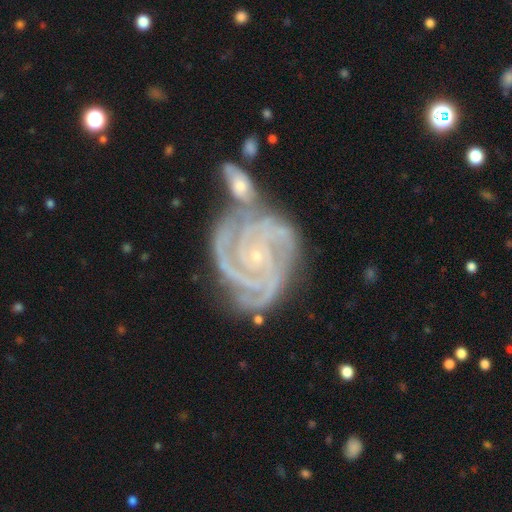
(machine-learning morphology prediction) Smooth or featured? Predicted: featured or disk (p=0.92). Edge-on disk? Predicted: no (p=0.98). Bar? Predicted: no (p=0.68). Spiral arms? Predicted: yes (p=0.99). Spiral winding? Predicted: tight (p=0.78). Spiral arm count? Predicted: 3 (p=0.39). Bulge size? Predicted: small (p=0.86). Merging? Predicted: none (p=0.40).